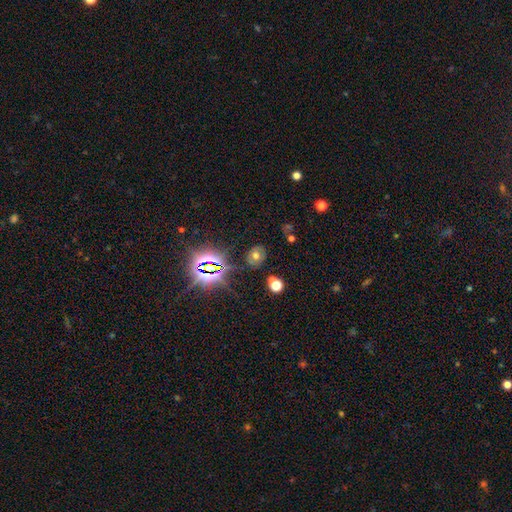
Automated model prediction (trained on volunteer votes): This is possibly a smooth galaxy (49%). Merging: likely none (78%).